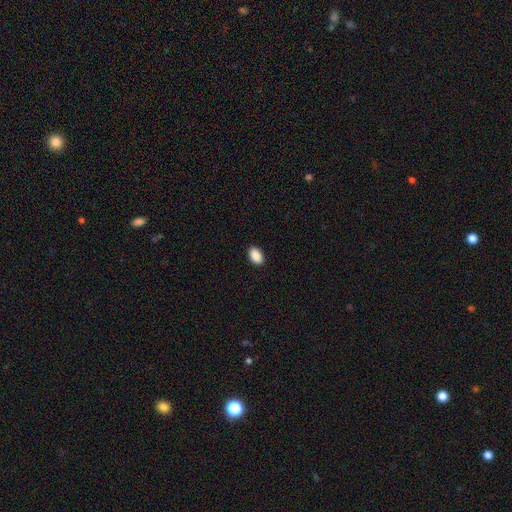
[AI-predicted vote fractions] smooth_or_featured: smooth (p=0.90) [alt: star or artifact p=0.07]
how_rounded: in between (p=0.89) [alt: round p=0.10]
merging: none (p=0.90) [alt: minor disturbance p=0.07]